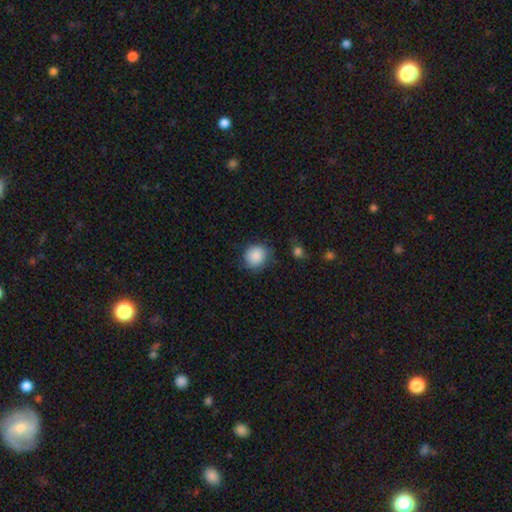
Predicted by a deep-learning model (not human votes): Smooth or featured?
  - smooth: 88% *
  - star or artifact: 8%
  - featured or disk: 4%
How rounded?
  - round: 80% *
  - in between: 19%
  - cigar-shaped: 1%
Merging?
  - none: 76% *
  - minor disturbance: 17%
  - major disturbance: 4%
  - merger: 2%